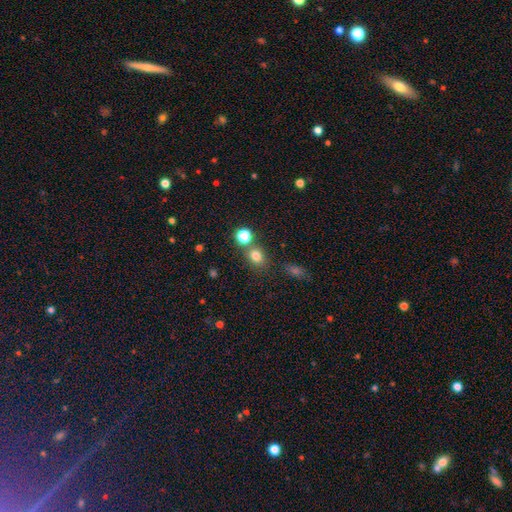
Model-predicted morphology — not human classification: smooth-or-featured: smooth: 77% | star or artifact: 15% | featured or disk: 7%
  how-rounded: round: 63% | in between: 36% | cigar-shaped: 1%
  merging: none: 67% | merger: 19% | minor disturbance: 10% | major disturbance: 4%